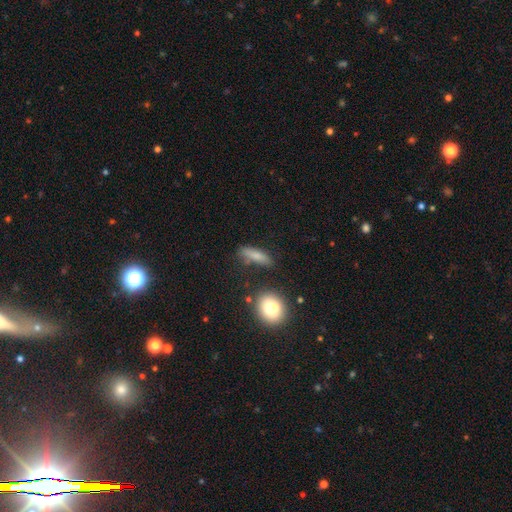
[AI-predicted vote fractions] A smooth galaxy with no disk features (75%) that is cigar-shaped (58%). Merging: none (68%).